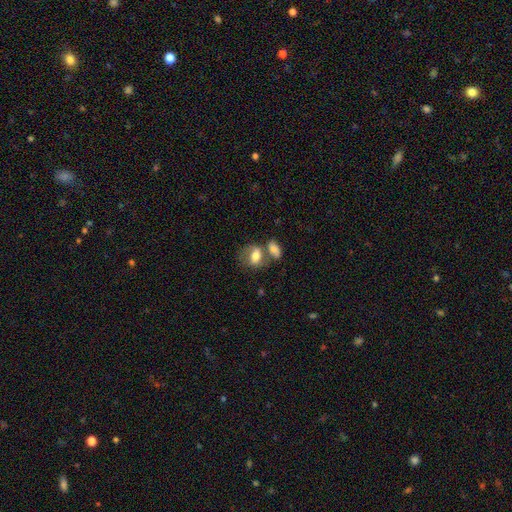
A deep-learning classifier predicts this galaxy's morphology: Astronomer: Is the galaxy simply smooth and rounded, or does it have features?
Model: smooth — 70%.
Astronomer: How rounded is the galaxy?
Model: in between — 76%.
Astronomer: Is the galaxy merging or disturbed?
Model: merger — 45% (runner-up: none, 32%).